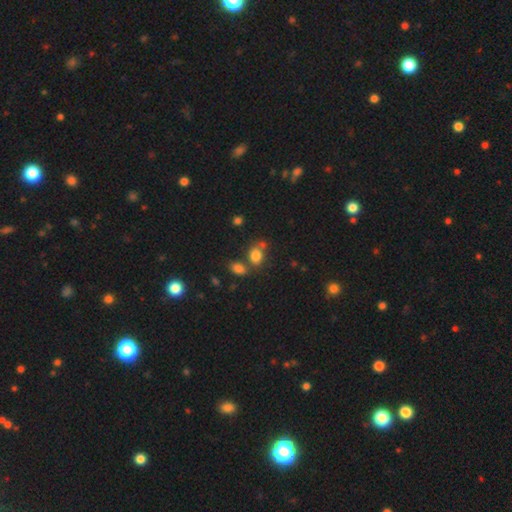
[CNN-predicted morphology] Q: Smooth or featured?
A: smooth (80%); runner-up: star or artifact (13%)
Q: How rounded?
A: in between (56%); runner-up: round (42%)
Q: Merging?
A: none (54%); runner-up: merger (28%)